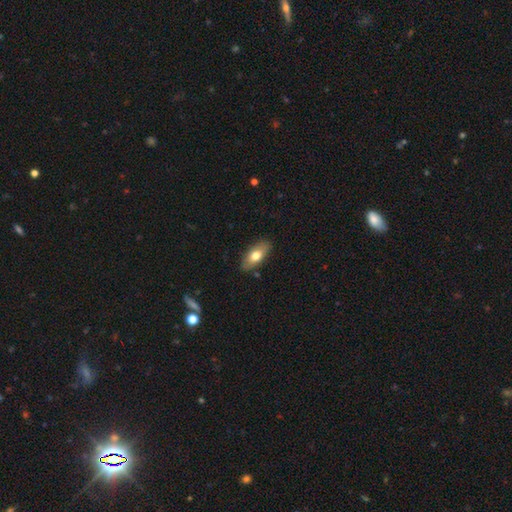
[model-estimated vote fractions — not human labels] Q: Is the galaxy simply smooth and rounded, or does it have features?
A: smooth — 69%.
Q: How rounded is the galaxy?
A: in between — 85%.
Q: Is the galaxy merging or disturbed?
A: none — 85%.